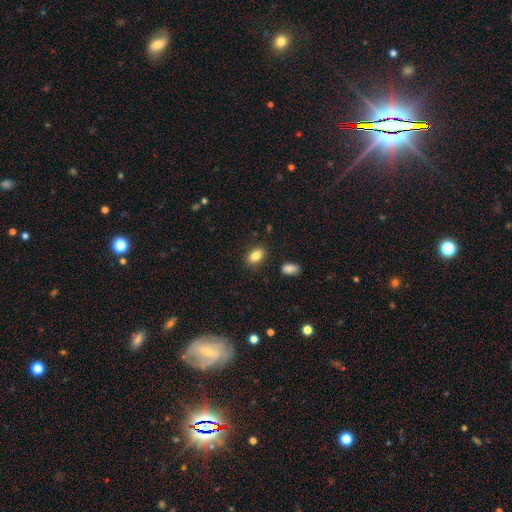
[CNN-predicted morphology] Overall: smooth (85%). How rounded: in between (85%). Merging: none (86%).